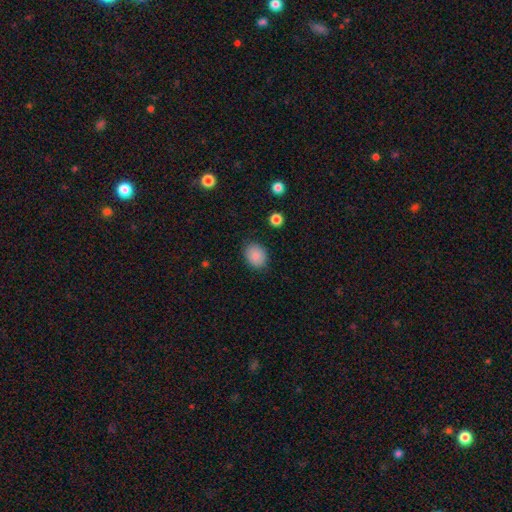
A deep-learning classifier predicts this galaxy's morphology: Smooth or featured? Predicted: smooth (p=0.88). How rounded? Predicted: in between (p=0.54). Merging? Predicted: none (p=0.84).